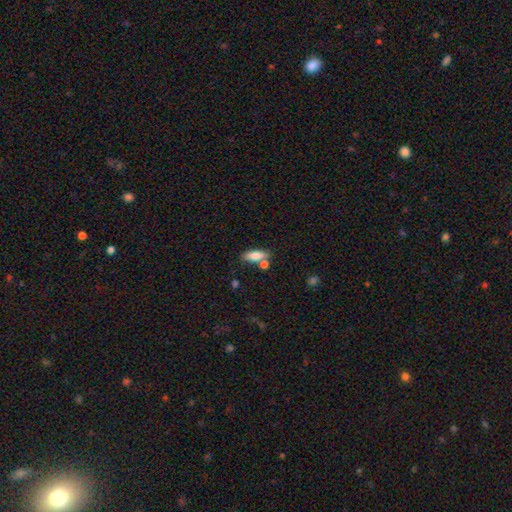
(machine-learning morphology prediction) smooth 79%, featured or disk 14%, star or artifact 7%. Down the decision tree: how rounded — in between (65%); merging — none (64%).